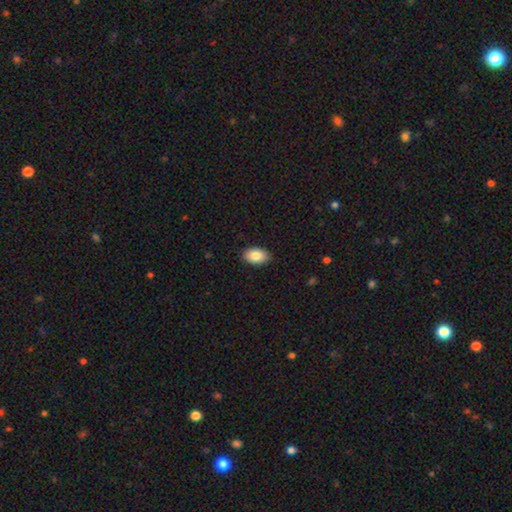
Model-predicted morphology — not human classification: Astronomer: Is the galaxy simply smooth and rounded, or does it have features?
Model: smooth — 86%.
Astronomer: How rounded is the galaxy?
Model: in between — 92%.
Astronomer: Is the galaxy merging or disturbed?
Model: none — 89%.